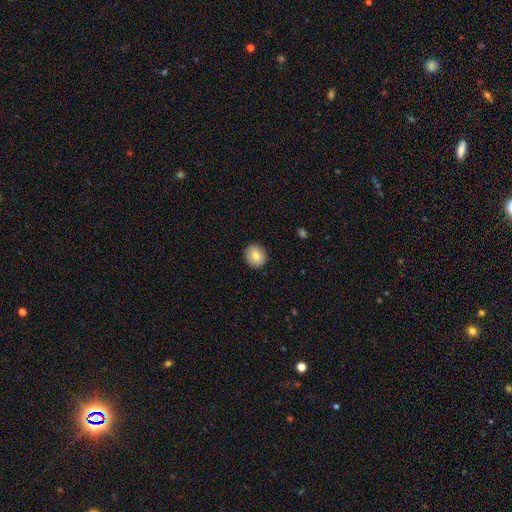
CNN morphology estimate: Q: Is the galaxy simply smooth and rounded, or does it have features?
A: smooth — 81%.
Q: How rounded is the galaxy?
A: round — 85%.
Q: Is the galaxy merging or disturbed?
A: none — 91%.